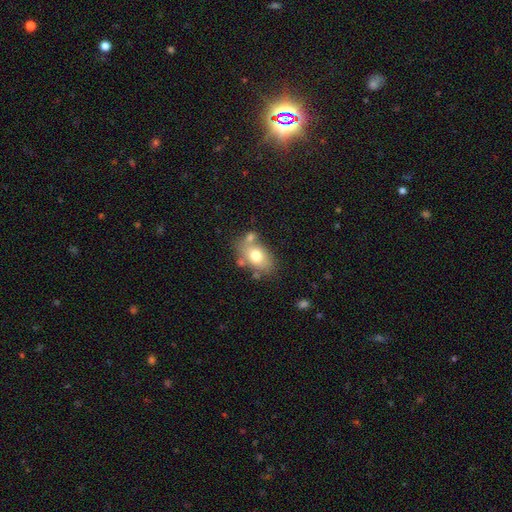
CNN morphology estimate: smooth_or_featured: smooth (p=0.71) [alt: featured or disk p=0.20]
how_rounded: in between (p=0.83) [alt: round p=0.15]
merging: none (p=0.60) [alt: minor disturbance p=0.18]